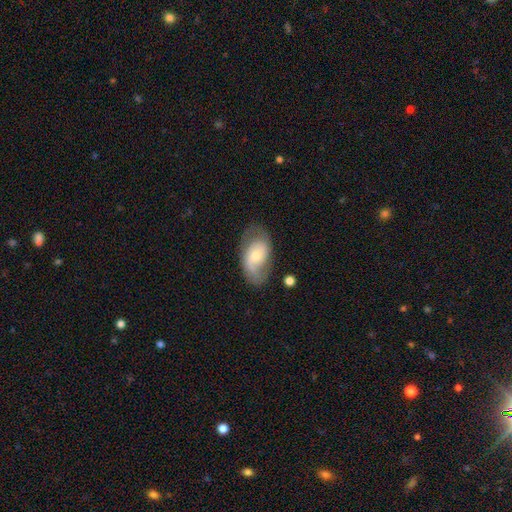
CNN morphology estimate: This appears to be a featured or disk galaxy (65%) with no bar (65%), 2 (67%) medium (42%) spiral arms (82%) and a small central bulge (49%). Merging: none (66%).